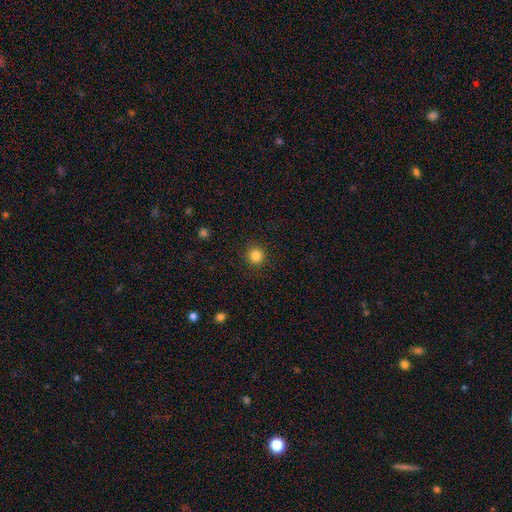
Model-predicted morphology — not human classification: This appears to be a smooth galaxy with no disk features (84%) that is round (95%). Merging: none (91%).